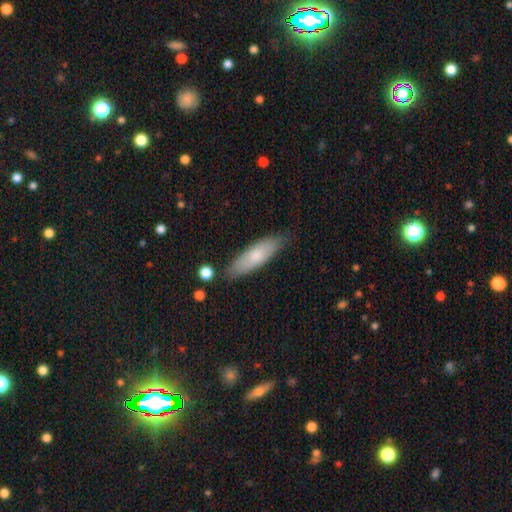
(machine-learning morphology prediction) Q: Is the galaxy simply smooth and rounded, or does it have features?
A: smooth — 74%.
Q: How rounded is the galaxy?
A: cigar-shaped — 56%.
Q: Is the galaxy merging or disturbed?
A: none — 80%.